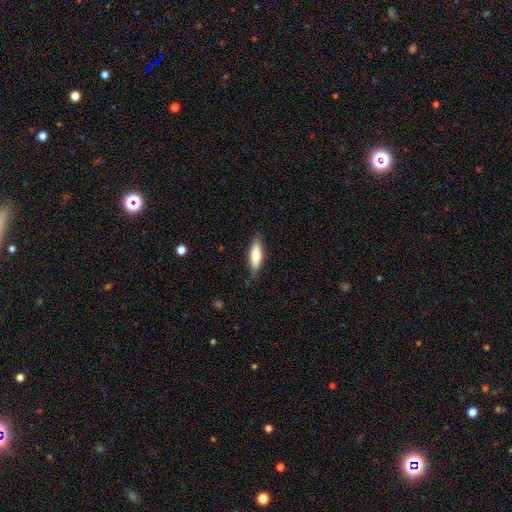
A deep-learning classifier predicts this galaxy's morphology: Smooth or featured? Predicted: smooth (p=0.74). How rounded? Predicted: in between (p=0.50). Merging? Predicted: none (p=0.80).